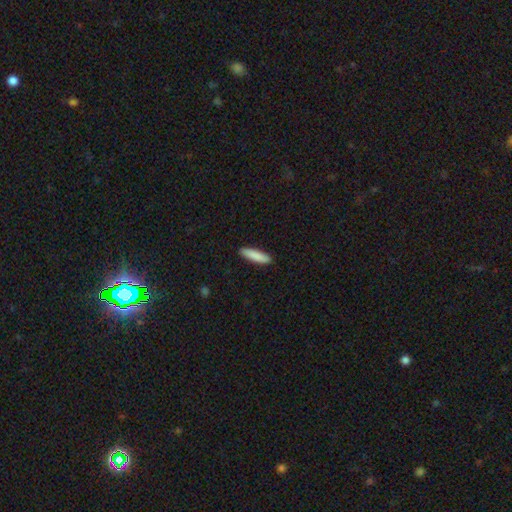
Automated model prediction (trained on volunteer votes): Smooth or featured?
  - smooth: 87% *
  - featured or disk: 7%
  - star or artifact: 5%
How rounded?
  - cigar-shaped: 76% *
  - in between: 22%
  - round: 1%
Merging?
  - none: 91% *
  - minor disturbance: 7%
  - major disturbance: 1%
  - merger: 1%